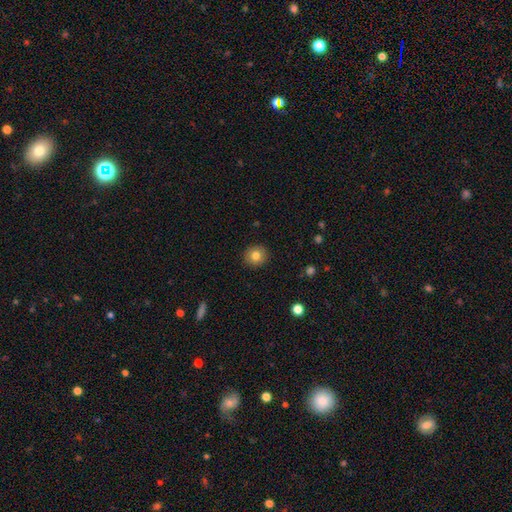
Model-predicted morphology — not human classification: This appears to be a smooth galaxy with no disk features (81%) that is round (91%). Merging: none (91%).